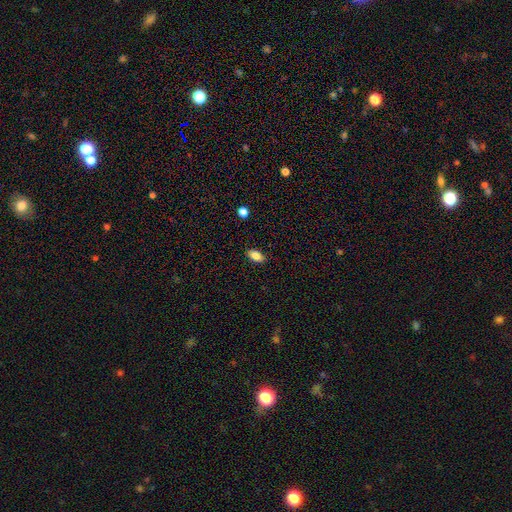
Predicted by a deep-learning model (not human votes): A smooth galaxy with no disk features (83%) that is in between round and cigar-shaped (90%). Merging: none (88%).